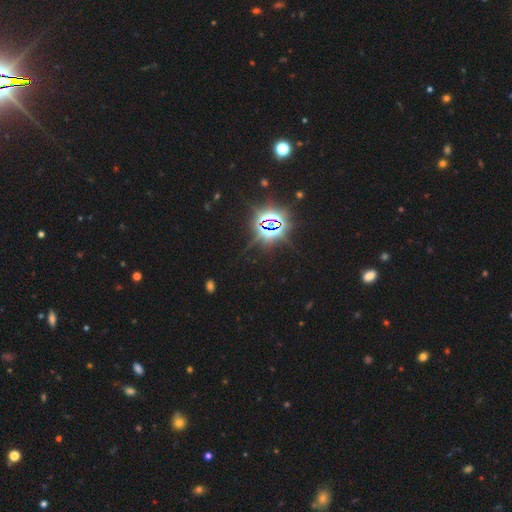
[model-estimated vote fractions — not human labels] Q: Smooth or featured?
A: star or artifact (76%); runner-up: smooth (16%)